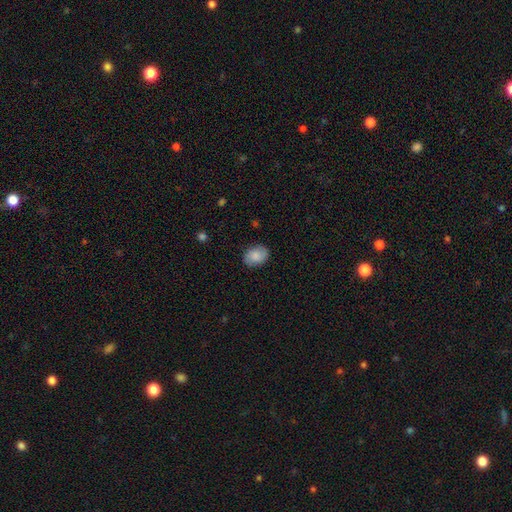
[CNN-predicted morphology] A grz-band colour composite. It shows a smooth galaxy with no disk features (76%) that is in between round and cigar-shaped (68%). Merging: none (84%).